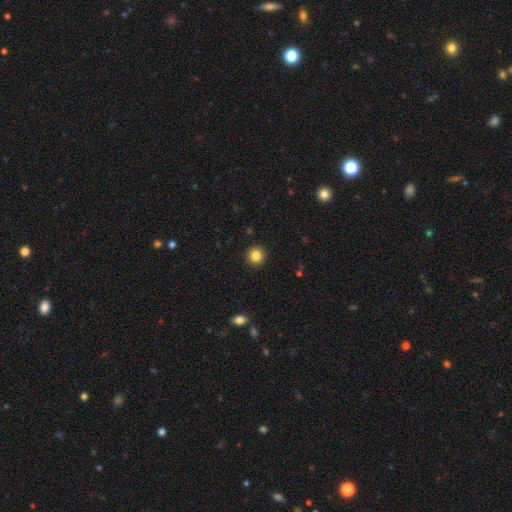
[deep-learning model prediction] A smooth galaxy with no disk features (85%) that is round (94%).

Vote fractions:
- Smooth or featured? smooth: 85% / star or artifact: 11% / featured or disk: 5%
- How rounded? round: 94% / in between: 5% / cigar-shaped: 1%
- Merging? none: 92% / minor disturbance: 5% / major disturbance: 2% / merger: 1%